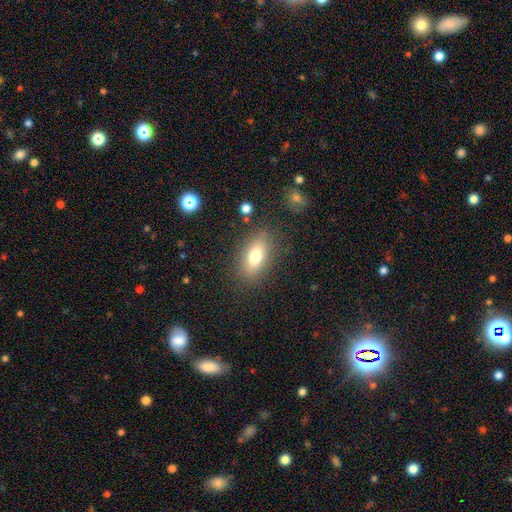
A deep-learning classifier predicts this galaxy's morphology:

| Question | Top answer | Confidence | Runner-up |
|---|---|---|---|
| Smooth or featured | smooth | 75% | featured or disk (16%) |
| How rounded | in between | 84% | cigar-shaped (8%) |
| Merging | none | 83% | minor disturbance (11%) |